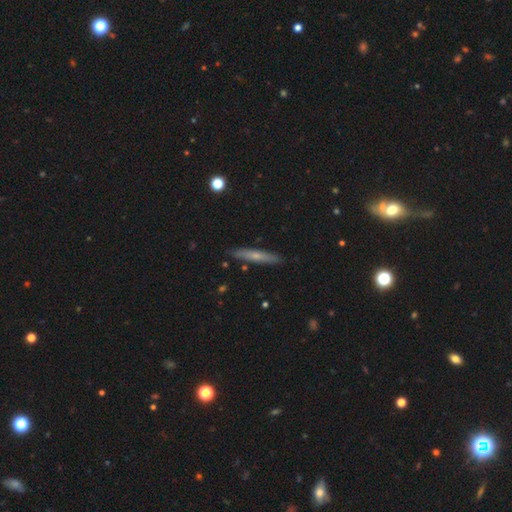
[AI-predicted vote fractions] This is possibly a smooth galaxy (51%). How rounded: clearly cigar-shaped (93%). Merging: clearly none (88%).